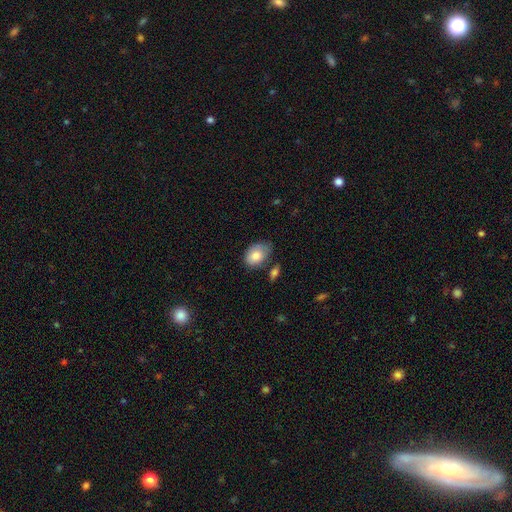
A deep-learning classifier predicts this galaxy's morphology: A smooth galaxy with no disk features (81%) that is in between round and cigar-shaped (82%). Merging: none (56%).